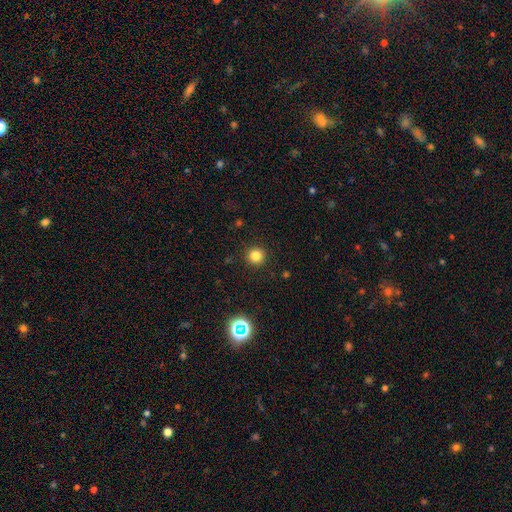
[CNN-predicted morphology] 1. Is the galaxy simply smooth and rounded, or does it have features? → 81% smooth, 15% star or artifact, 5% featured or disk.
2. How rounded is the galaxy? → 94% round, 5% in between, 1% cigar-shaped.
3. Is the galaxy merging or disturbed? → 92% none, 5% minor disturbance, 2% major disturbance, 1% merger.